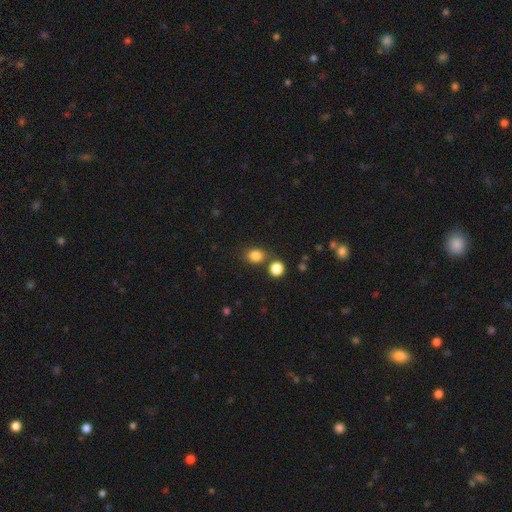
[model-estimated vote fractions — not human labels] Overall: smooth (83%). How rounded: round (55%; in between 43%). Merging: none (72%).